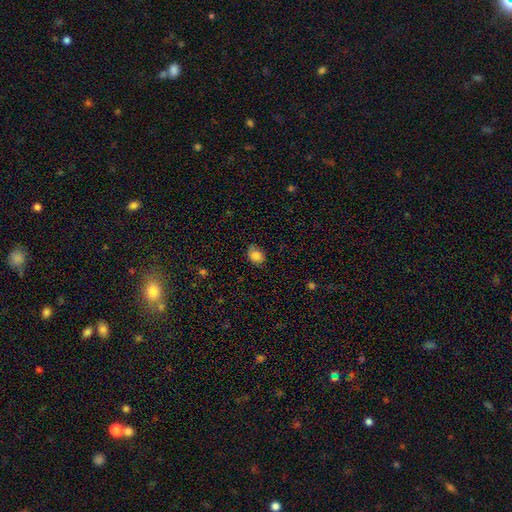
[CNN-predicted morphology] smooth 85%, star or artifact 9%, featured or disk 5%. Down the decision tree: how rounded — in between (65%); merging — none (78%).